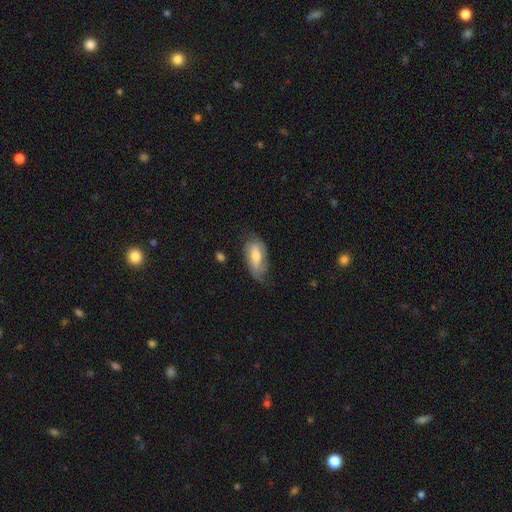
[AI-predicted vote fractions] Smooth or featured? featured or disk (48%)
Merging? none (61%)